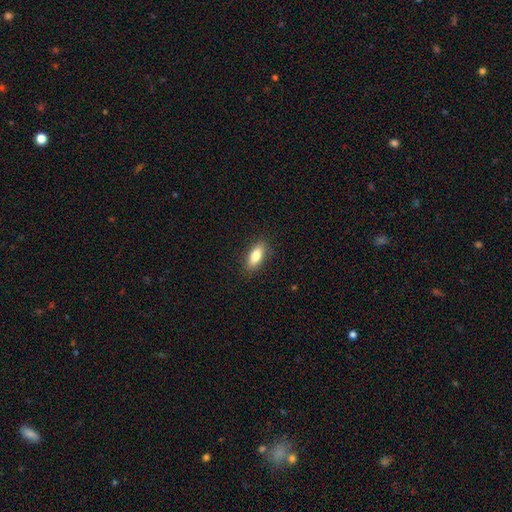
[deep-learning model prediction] A smooth galaxy with no disk features (81%) that is in between round and cigar-shaped (76%). Merging: none (86%).